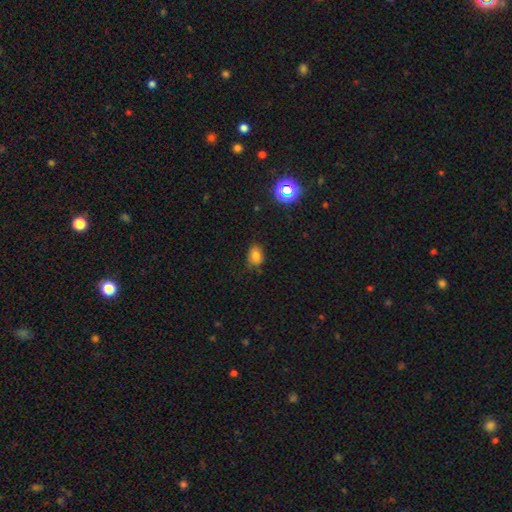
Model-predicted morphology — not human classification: A smooth galaxy with no disk features (79%) that is in between round and cigar-shaped (73%). Merging: none (71%).